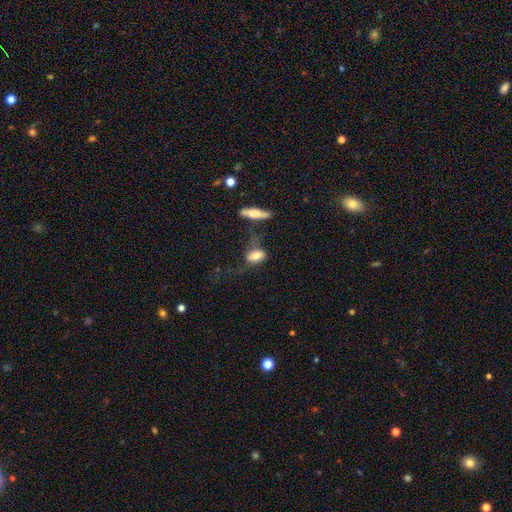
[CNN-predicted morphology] smooth-or-featured: smooth: 74% | featured or disk: 17% | star or artifact: 9%
  how-rounded: in between: 82% | round: 11% | cigar-shaped: 7%
  merging: none: 35% | major disturbance: 24% | minor disturbance: 23% | merger: 17%